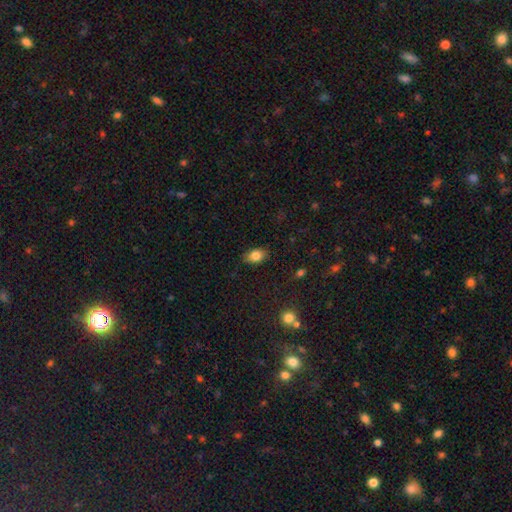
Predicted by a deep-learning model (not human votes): This is clearly a smooth galaxy (82%). How rounded: clearly in between (82%). Merging: clearly none (83%).